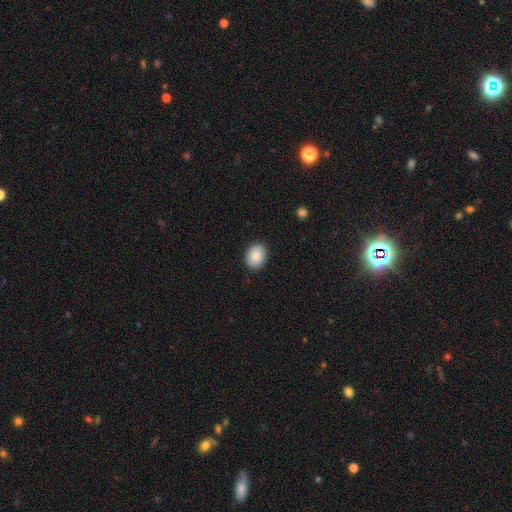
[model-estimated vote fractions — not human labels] Smooth or featured? Predicted: smooth (p=0.85). How rounded? Predicted: in between (p=0.58). Merging? Predicted: none (p=0.89).